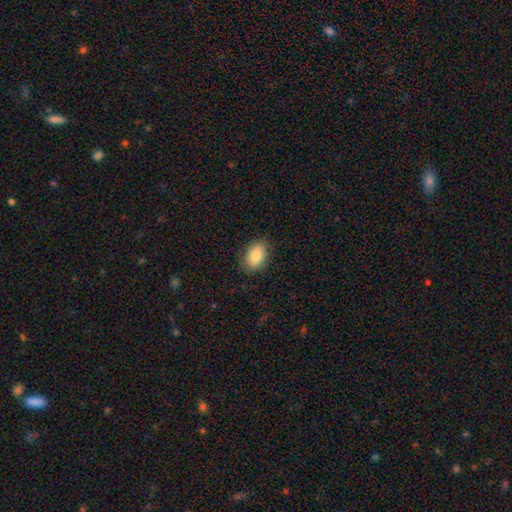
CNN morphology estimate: This is clearly a smooth galaxy (84%). How rounded: clearly in between (88%). Merging: clearly none (83%).